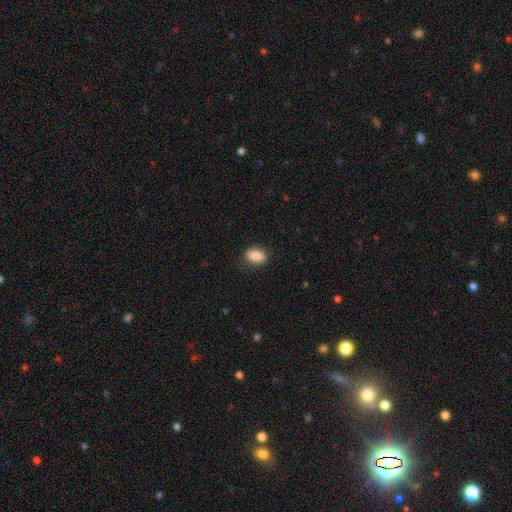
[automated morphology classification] Smooth or featured?
  - smooth: 88% *
  - star or artifact: 8%
  - featured or disk: 5%
How rounded?
  - in between: 83% *
  - round: 15%
  - cigar-shaped: 2%
Merging?
  - none: 83% *
  - minor disturbance: 13%
  - major disturbance: 3%
  - merger: 1%